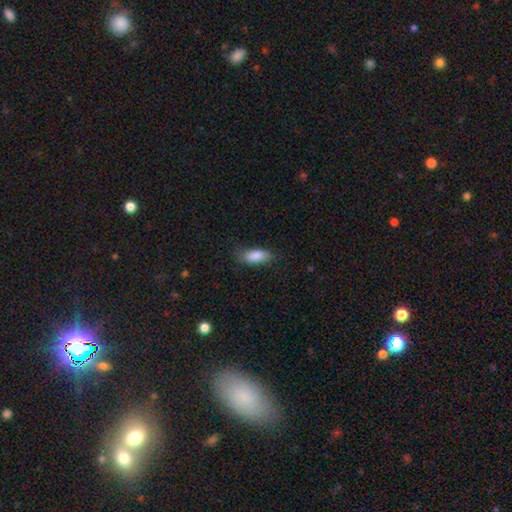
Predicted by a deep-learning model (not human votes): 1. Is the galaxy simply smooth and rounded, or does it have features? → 87% smooth, 7% star or artifact, 7% featured or disk.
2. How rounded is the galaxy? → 81% in between, 17% cigar-shaped, 3% round.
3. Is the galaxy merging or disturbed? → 76% none, 18% minor disturbance, 5% major disturbance, 1% merger.